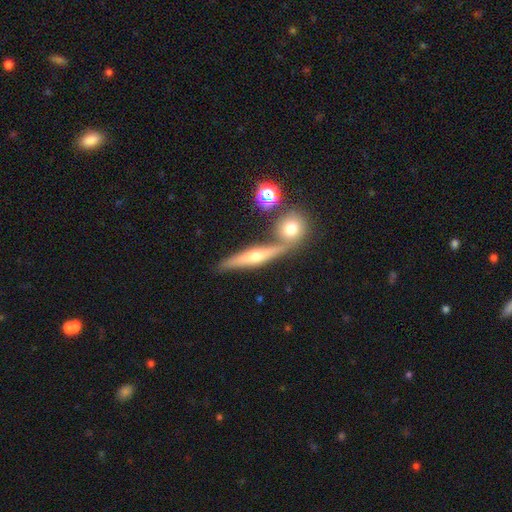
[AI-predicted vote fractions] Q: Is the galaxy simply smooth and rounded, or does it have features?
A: featured or disk — 67%.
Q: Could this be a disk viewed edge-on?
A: yes — 91%.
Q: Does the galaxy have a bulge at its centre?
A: rounded — 87%.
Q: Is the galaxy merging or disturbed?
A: none — 69%.